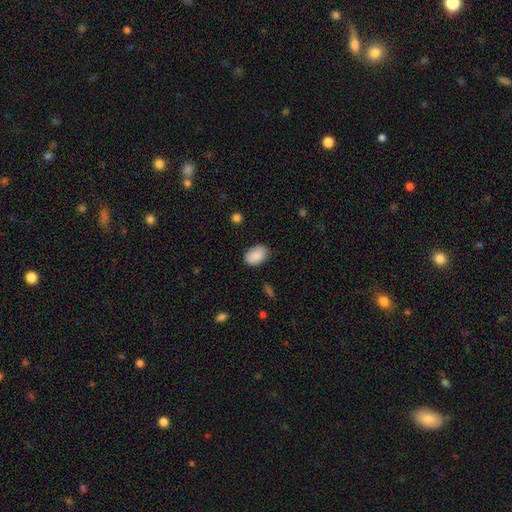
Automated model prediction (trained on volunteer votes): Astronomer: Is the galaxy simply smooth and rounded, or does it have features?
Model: smooth — 87%.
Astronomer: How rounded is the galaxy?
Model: in between — 87%.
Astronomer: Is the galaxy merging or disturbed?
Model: none — 77%.